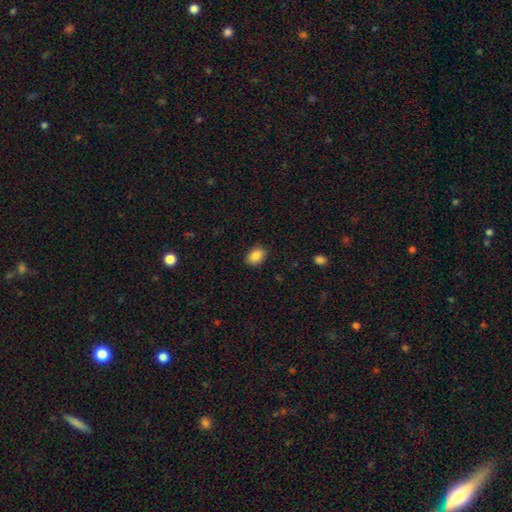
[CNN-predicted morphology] Smooth or featured?
  - smooth: 87% *
  - star or artifact: 8%
  - featured or disk: 5%
How rounded?
  - in between: 71% *
  - round: 28%
  - cigar-shaped: 1%
Merging?
  - none: 86% *
  - minor disturbance: 10%
  - major disturbance: 2%
  - merger: 1%